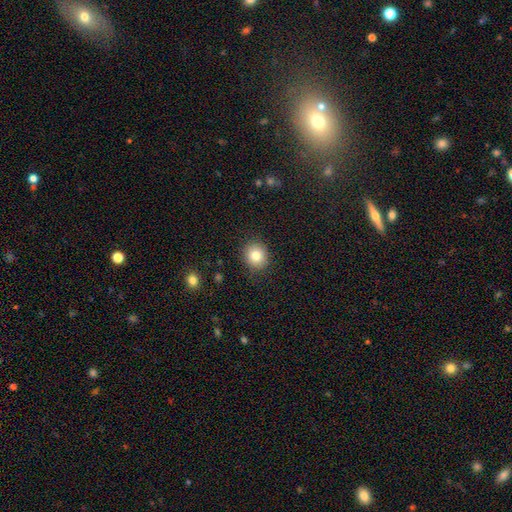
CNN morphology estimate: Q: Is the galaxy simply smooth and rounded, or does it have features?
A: smooth — 82%.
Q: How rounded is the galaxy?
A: round — 81%.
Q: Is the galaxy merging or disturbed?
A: none — 88%.